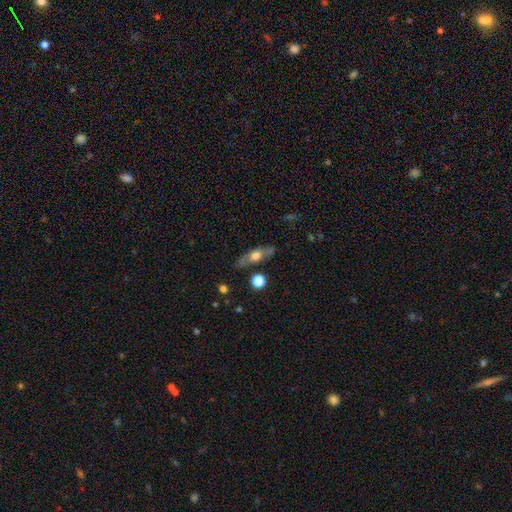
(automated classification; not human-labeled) Smooth or featured? Predicted: smooth (p=0.47). Merging? Predicted: none (p=0.72).